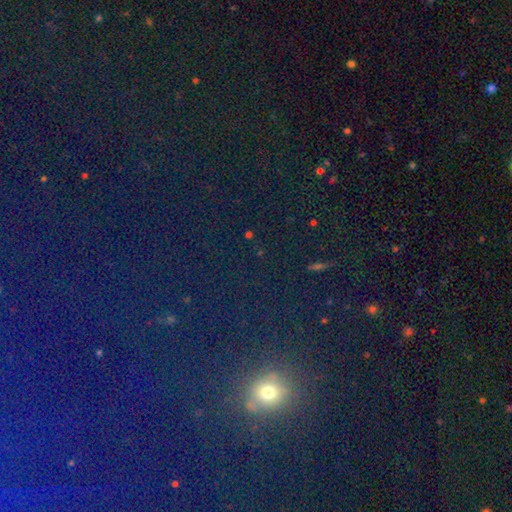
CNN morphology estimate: Smooth or featured? Predicted: star or artifact (p=0.66).